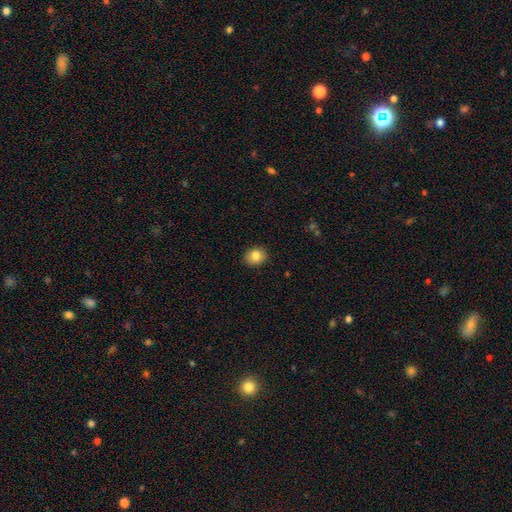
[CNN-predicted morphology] This is clearly a smooth galaxy (83%). How rounded: possibly round (59%). Merging: clearly none (90%).